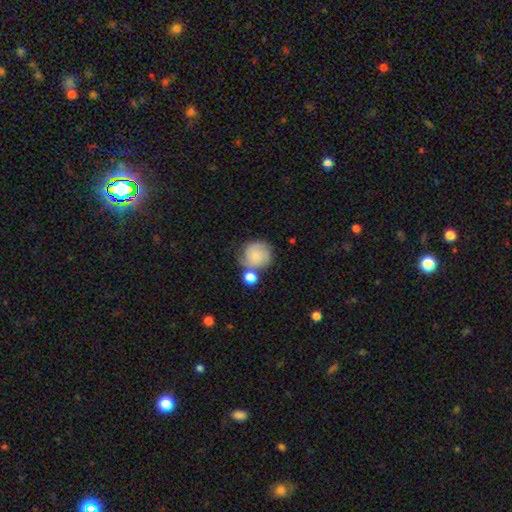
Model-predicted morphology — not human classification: Smooth or featured?
  - smooth: 62% *
  - featured or disk: 30%
  - star or artifact: 8%
How rounded?
  - round: 87% *
  - in between: 12%
  - cigar-shaped: 1%
Merging?
  - none: 51% *
  - merger: 22%
  - minor disturbance: 19%
  - major disturbance: 8%